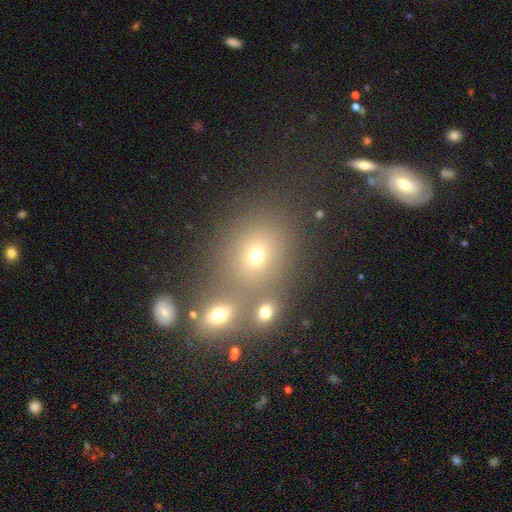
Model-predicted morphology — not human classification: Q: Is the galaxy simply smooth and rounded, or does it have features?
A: smooth — 65%.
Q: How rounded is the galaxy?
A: round — 66%.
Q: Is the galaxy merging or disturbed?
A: none — 56%.